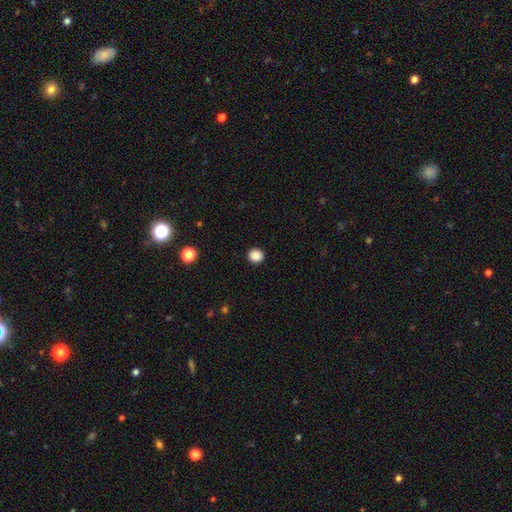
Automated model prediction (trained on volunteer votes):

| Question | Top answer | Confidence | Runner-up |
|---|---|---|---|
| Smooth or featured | smooth | 87% | star or artifact (10%) |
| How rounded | round | 92% | in between (7%) |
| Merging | none | 93% | minor disturbance (5%) |